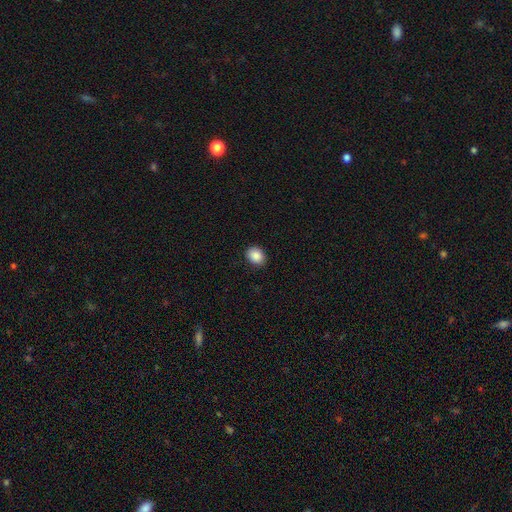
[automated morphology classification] Q: Smooth or featured?
A: smooth (88%); runner-up: star or artifact (9%)
Q: How rounded?
A: round (51%); runner-up: in between (48%)
Q: Merging?
A: none (90%); runner-up: minor disturbance (8%)